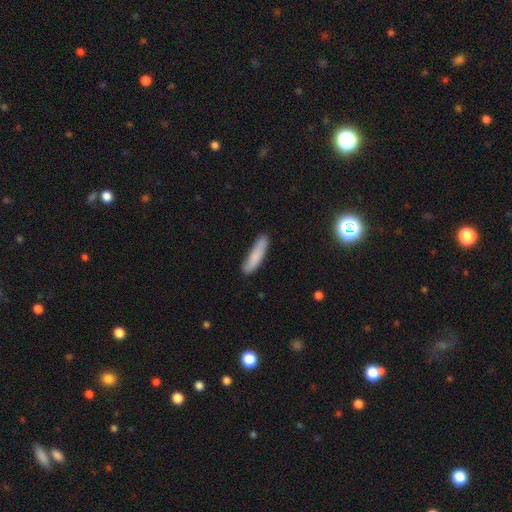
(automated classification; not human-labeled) Overall: smooth (80%). How rounded: cigar-shaped (79%). Merging: none (81%).